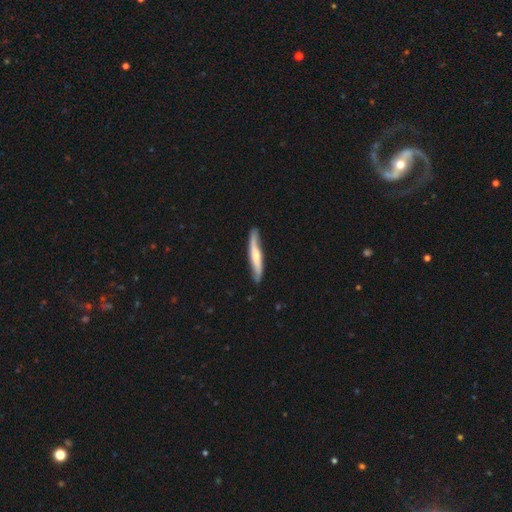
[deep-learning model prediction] The model was most divided on "smooth or featured": featured or disk: 55%, smooth: 40%, star or artifact: 4%. More confident: merging — none (78%); edge-on disk — yes (73%).